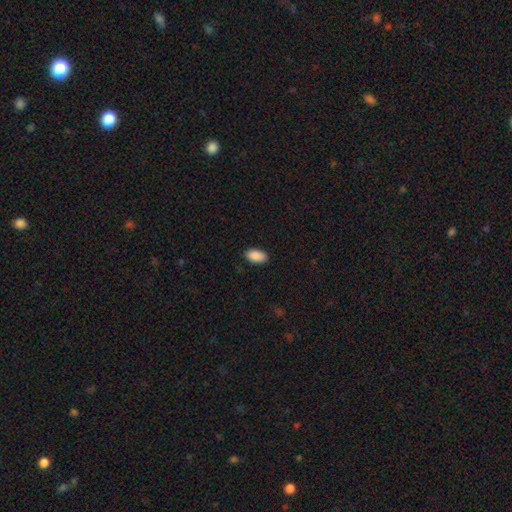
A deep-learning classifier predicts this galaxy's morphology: Smooth or featured? Predicted: smooth (p=0.90). How rounded? Predicted: in between (p=0.94). Merging? Predicted: none (p=0.88).